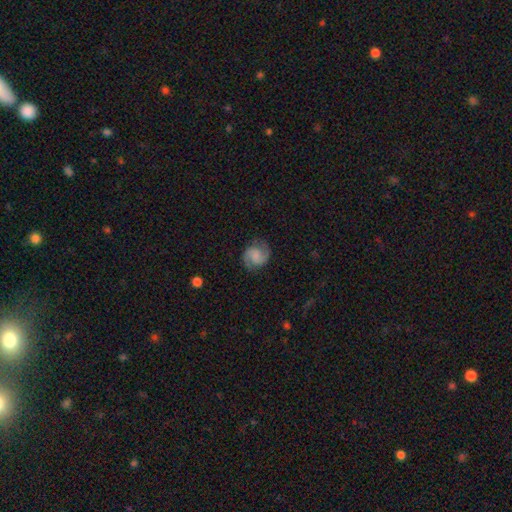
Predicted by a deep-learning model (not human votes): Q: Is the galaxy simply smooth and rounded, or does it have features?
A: featured or disk — 75%.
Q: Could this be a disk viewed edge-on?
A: no — 98%.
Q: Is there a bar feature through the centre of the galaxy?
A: no — 51%.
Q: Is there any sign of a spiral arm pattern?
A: yes — 96%.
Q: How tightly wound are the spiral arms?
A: medium — 53%.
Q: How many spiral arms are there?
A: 2 — 93%.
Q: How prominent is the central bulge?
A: none — 44%.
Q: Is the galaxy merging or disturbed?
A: none — 82%.